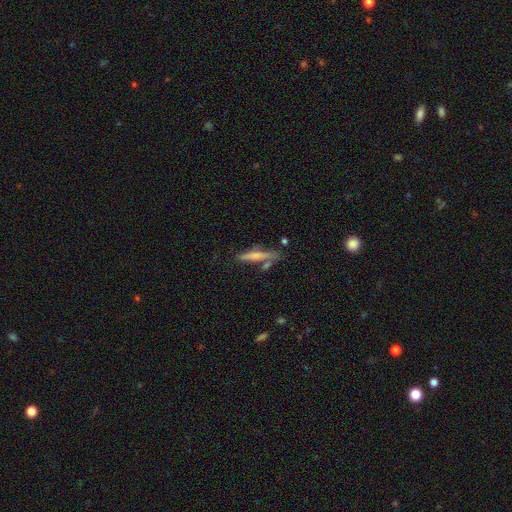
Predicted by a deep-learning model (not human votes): Smooth or featured: smooth — 61% (featured or disk — 32%)
How rounded: cigar-shaped — 89% (in between — 9%)
Merging: none — 66% (minor disturbance — 16%)